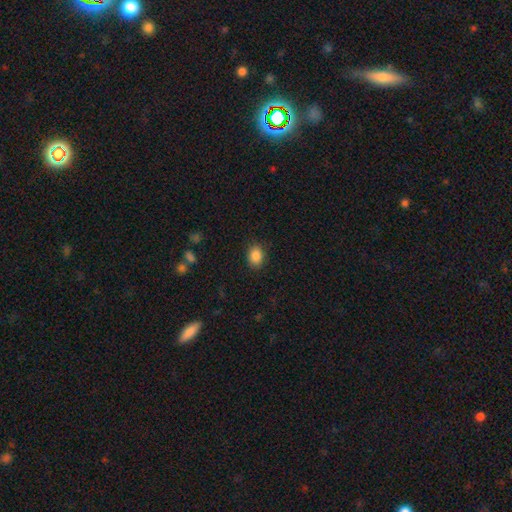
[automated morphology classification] smooth 87%, star or artifact 9%, featured or disk 4%. Down the decision tree: how rounded — in between (73%); merging — none (87%).